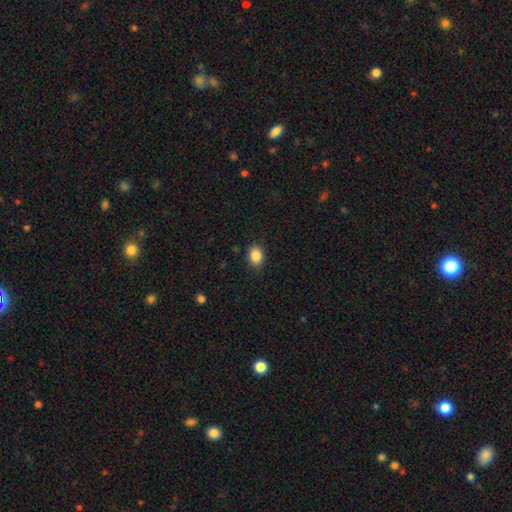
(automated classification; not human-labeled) Morphology: type=smooth (86%); roundness=in between (64%); merging=none (87%).